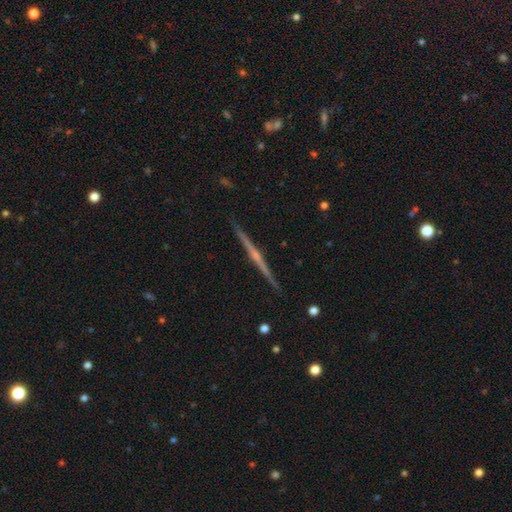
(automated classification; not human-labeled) smooth_or_featured: featured or disk (p=0.82) [alt: smooth p=0.12]
disk_edge_on: yes (p=0.99) [alt: no p=0.01]
edge_on_bulge: rounded (p=0.66) [alt: none p=0.27]
merging: none (p=0.92) [alt: minor disturbance p=0.06]